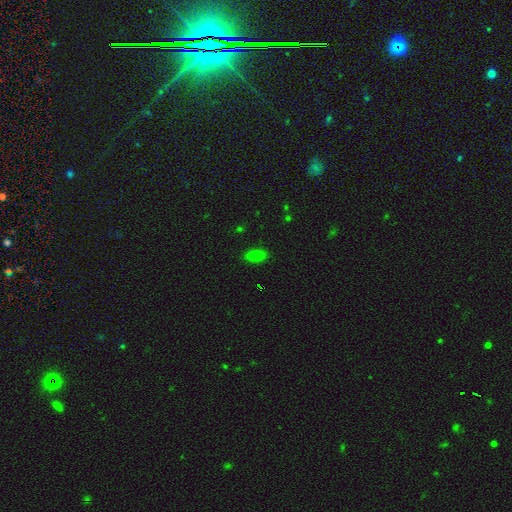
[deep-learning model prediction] Smooth or featured: smooth — 83% (star or artifact — 13%)
How rounded: in between — 86% (cigar-shaped — 10%)
Merging: none — 88% (minor disturbance — 9%)